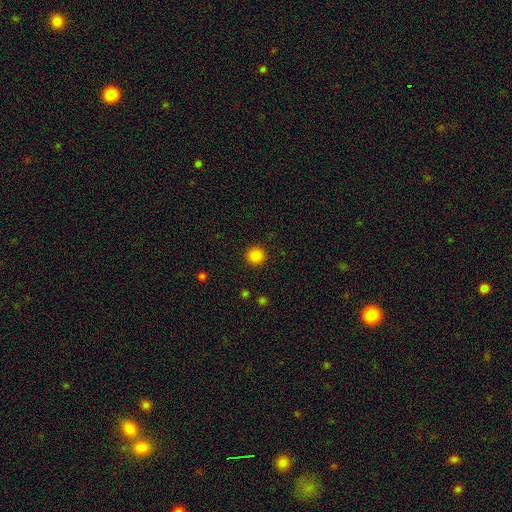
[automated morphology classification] Overall: smooth (85%). How rounded: round (95%). Merging: none (92%).